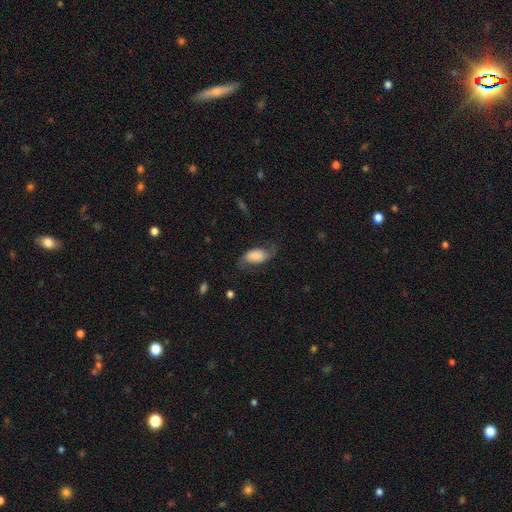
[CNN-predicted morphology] This appears to be a smooth galaxy with no disk features (47%). Merging: none (57%).